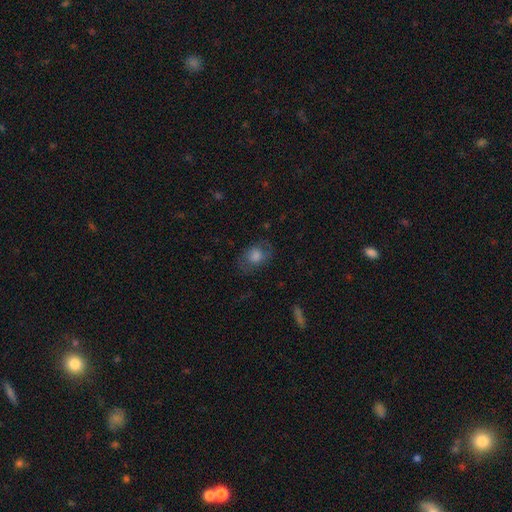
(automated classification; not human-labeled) smooth_or_featured: smooth (p=0.65) [alt: featured or disk p=0.24]
how_rounded: in between (p=0.67) [alt: round p=0.31]
merging: none (p=0.67) [alt: minor disturbance p=0.20]